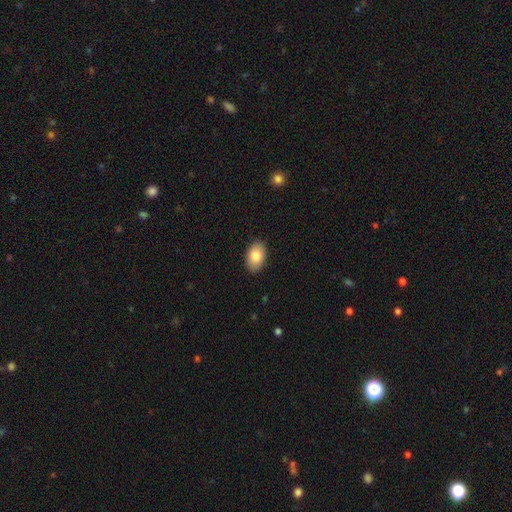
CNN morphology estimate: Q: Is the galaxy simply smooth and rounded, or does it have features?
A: smooth — 84%.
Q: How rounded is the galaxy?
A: in between — 90%.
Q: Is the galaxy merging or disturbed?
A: none — 88%.